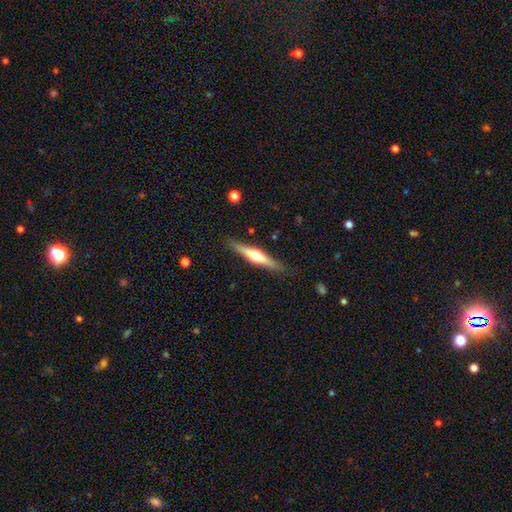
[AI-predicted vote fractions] smooth_or_featured: featured or disk (p=0.63) [alt: smooth p=0.31]
disk_edge_on: yes (p=0.97) [alt: no p=0.03]
edge_on_bulge: rounded (p=0.89) [alt: boxy p=0.06]
merging: none (p=0.87) [alt: minor disturbance p=0.10]